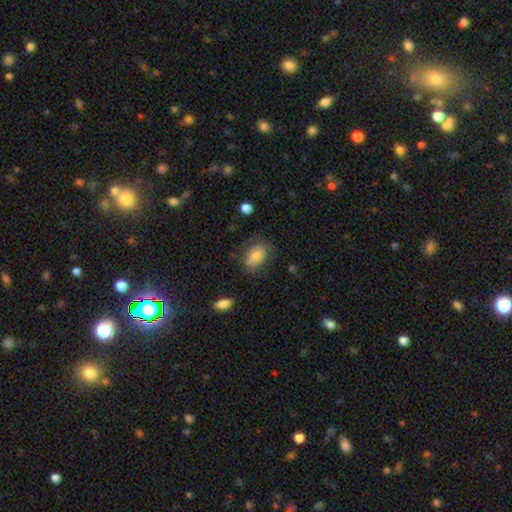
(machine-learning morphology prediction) smooth 77%, featured or disk 15%, star or artifact 8%. Down the decision tree: how rounded — in between (85%); merging — none (71%).